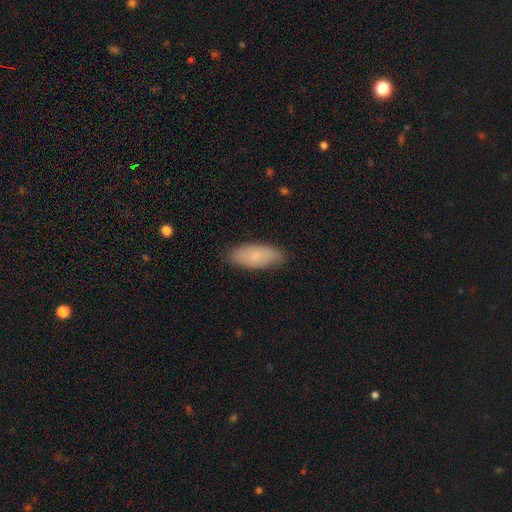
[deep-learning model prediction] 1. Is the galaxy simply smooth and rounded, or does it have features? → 77% smooth, 17% featured or disk, 6% star or artifact.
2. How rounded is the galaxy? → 82% in between, 16% cigar-shaped, 2% round.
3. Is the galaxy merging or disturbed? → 85% none, 12% minor disturbance, 2% major disturbance, 1% merger.